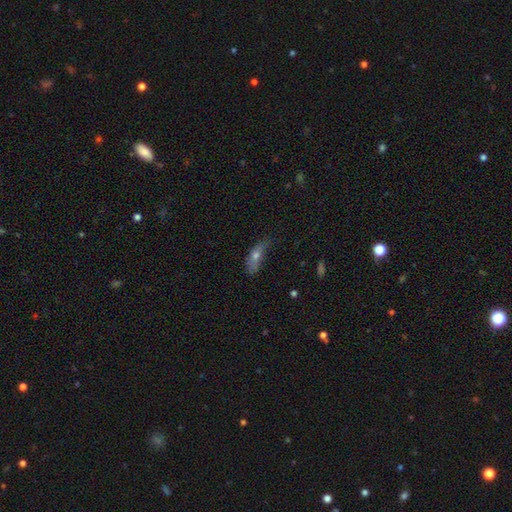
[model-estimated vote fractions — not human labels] Morphology: type=smooth (57%); roundness=in between (59%); merging=none (39%).